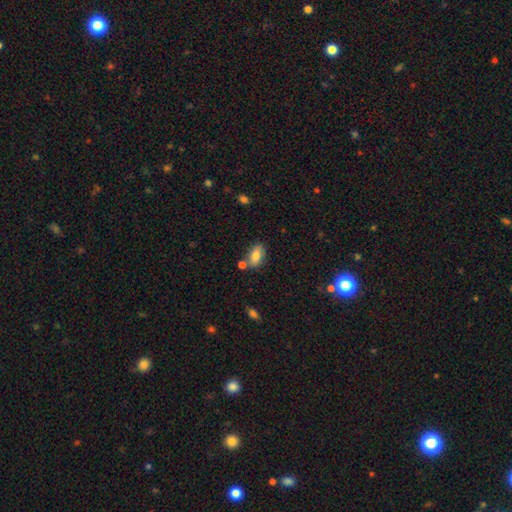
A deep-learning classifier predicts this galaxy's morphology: Smooth or featured: smooth — 79% (featured or disk — 13%)
How rounded: in between — 88% (cigar-shaped — 7%)
Merging: none — 71% (minor disturbance — 14%)